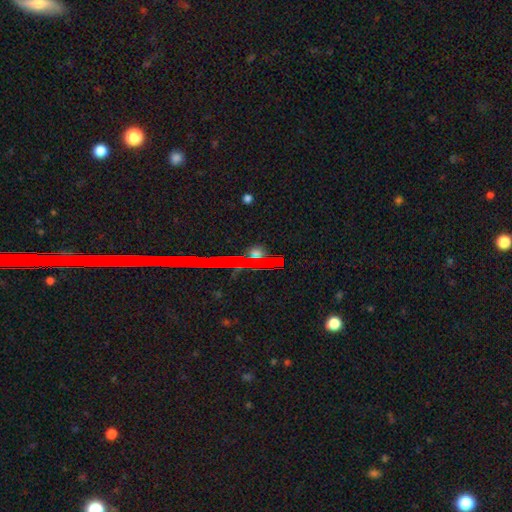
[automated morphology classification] smooth_or_featured: star or artifact (p=0.54) [alt: smooth p=0.25]